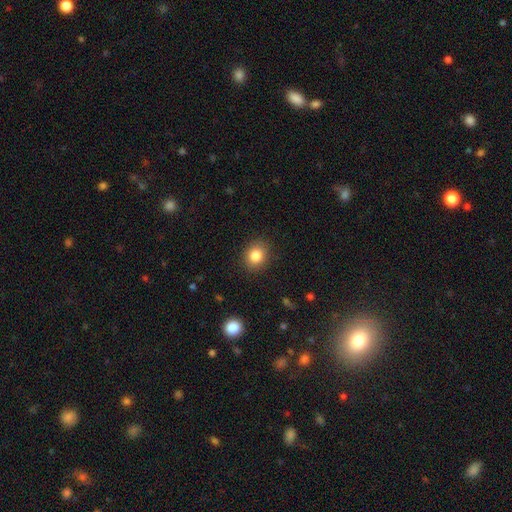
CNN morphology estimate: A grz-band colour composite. It shows a smooth galaxy with no disk features (84%) that is round (66%). Merging: none (89%).